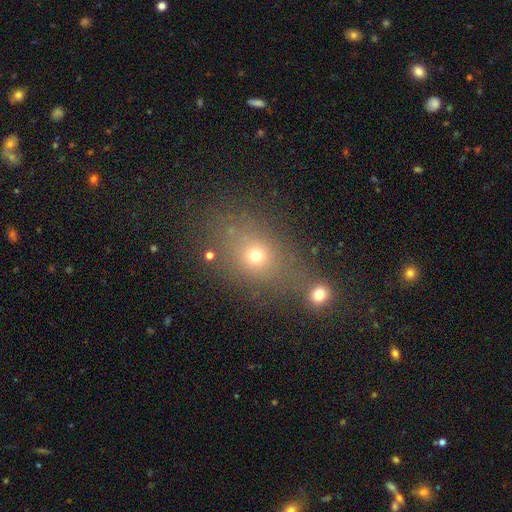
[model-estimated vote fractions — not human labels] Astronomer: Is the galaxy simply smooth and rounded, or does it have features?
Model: smooth — 65%.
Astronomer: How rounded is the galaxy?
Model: round — 49% (runner-up: in between, 48%).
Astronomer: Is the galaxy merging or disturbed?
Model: none — 60%.